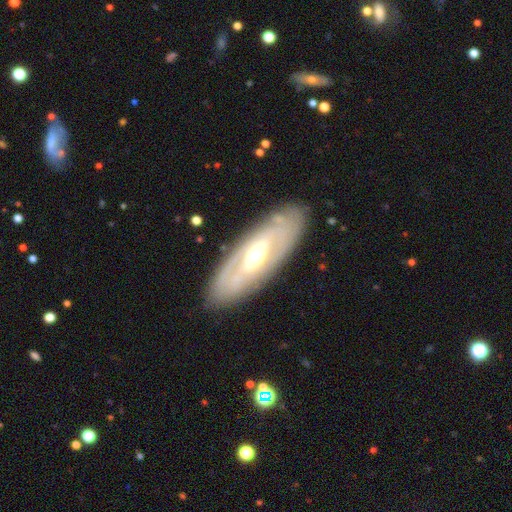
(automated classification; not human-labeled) Smooth or featured?
  - featured or disk: 74% *
  - smooth: 21%
  - star or artifact: 5%
Edge-on disk?
  - no: 80% *
  - yes: 20%
Bar?
  - no: 45% *
  - weak: 33%
  - strong: 22%
Spiral arms?
  - yes: 54% *
  - no: 46%
Bulge size?
  - moderate: 67% *
  - large: 17%
  - small: 13%
  - dominant: 2%
  - none: 1%
Merging?
  - none: 84% *
  - minor disturbance: 11%
  - major disturbance: 4%
  - merger: 1%